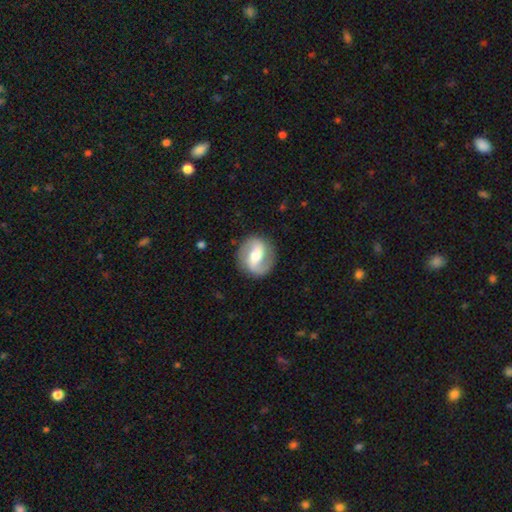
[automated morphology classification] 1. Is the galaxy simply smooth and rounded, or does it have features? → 79% featured or disk, 16% smooth, 5% star or artifact.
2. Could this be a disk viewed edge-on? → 97% no, 3% yes.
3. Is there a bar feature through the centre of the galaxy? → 42% strong, 38% weak, 20% no.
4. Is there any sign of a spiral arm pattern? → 90% yes, 10% no.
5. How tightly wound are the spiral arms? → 43% medium, 38% loose, 19% tight.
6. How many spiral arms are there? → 91% 2, 3% can't tell, 3% 1, 1% 3, 1% 4, 1% more than 4.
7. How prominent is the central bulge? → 66% moderate, 21% small, 10% large, 1% dominant, 1% none.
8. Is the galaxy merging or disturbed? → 86% none, 9% minor disturbance, 4% major disturbance, 1% merger.